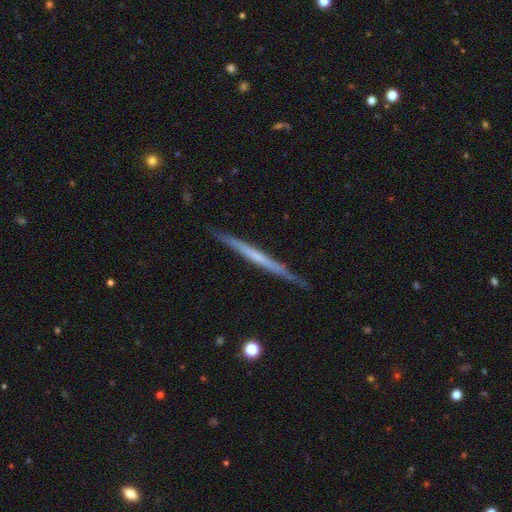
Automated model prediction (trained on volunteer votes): The model was most divided on "smooth or featured": featured or disk: 60%, smooth: 35%, star or artifact: 5%. More confident: edge-on disk — yes (97%); merging — none (86%); edge-on bulge — none (86%).